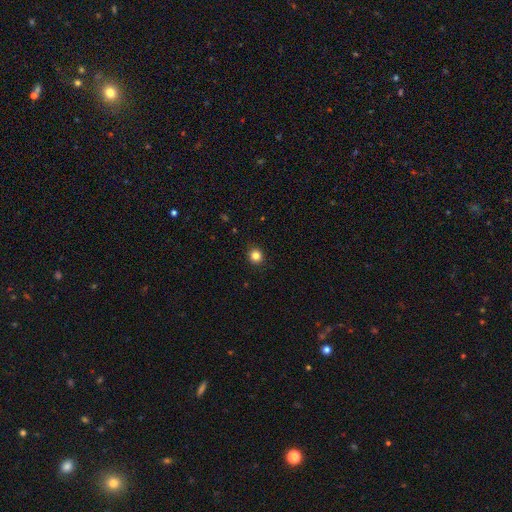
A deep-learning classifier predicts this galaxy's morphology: Overall: smooth (84%). How rounded: round (92%). Merging: none (92%).